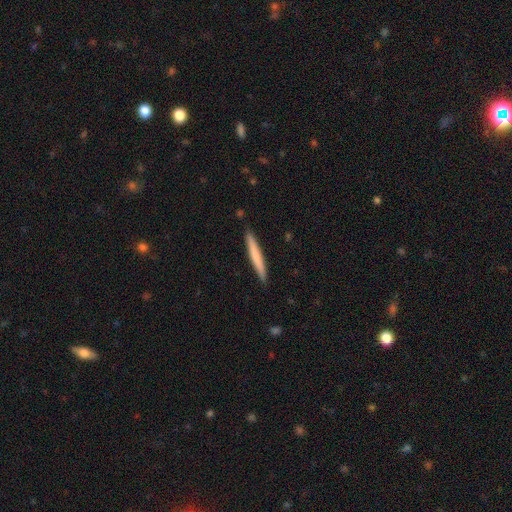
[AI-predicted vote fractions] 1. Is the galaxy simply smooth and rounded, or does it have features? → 66% smooth, 29% featured or disk, 5% star or artifact.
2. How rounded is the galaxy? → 96% cigar-shaped, 2% in between, 1% round.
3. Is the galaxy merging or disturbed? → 90% none, 7% minor disturbance, 1% major disturbance, 1% merger.